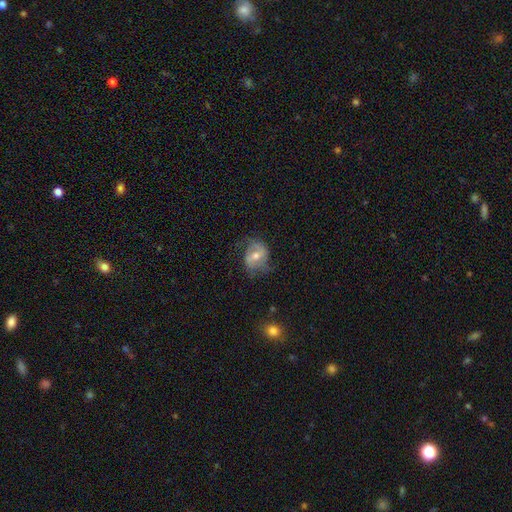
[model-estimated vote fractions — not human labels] This is likely a featured or disk galaxy (68%). It is clearly not viewed edge-on (96%). Bar: marginally weak (45%). Spiral arm pattern: clearly yes (85%). Spiral arm count: clearly 2 (80%). Spiral winding: marginally loose (43%). Central bulge: likely moderate (69%). Merging: likely none (60%).